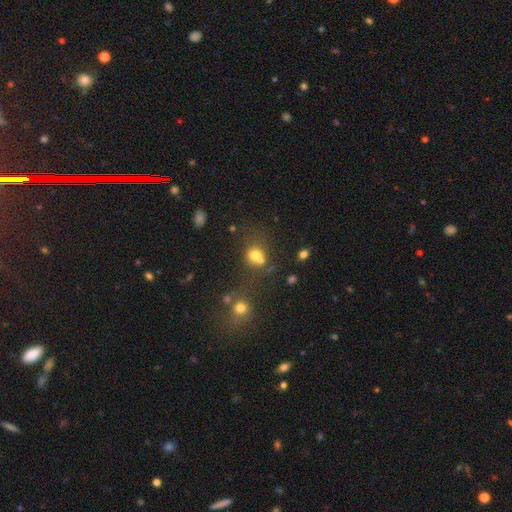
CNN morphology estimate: The model was most divided on "merging": none: 44%, merger: 37%, minor disturbance: 12%, major disturbance: 7%. More confident: how rounded — round (76%); smooth or featured — smooth (71%).